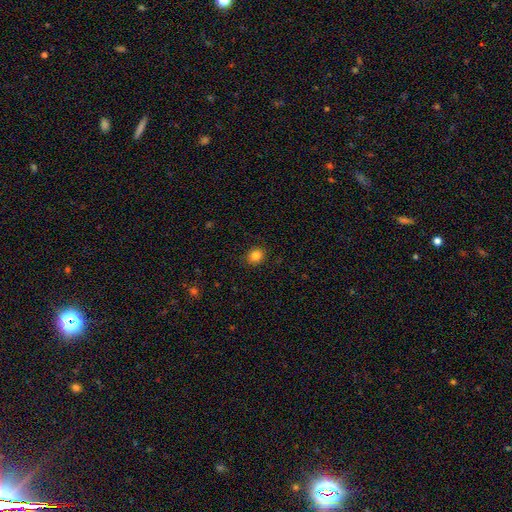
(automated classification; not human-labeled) Smooth or featured? smooth (83%)
How rounded? round (76%)
Merging? none (89%)